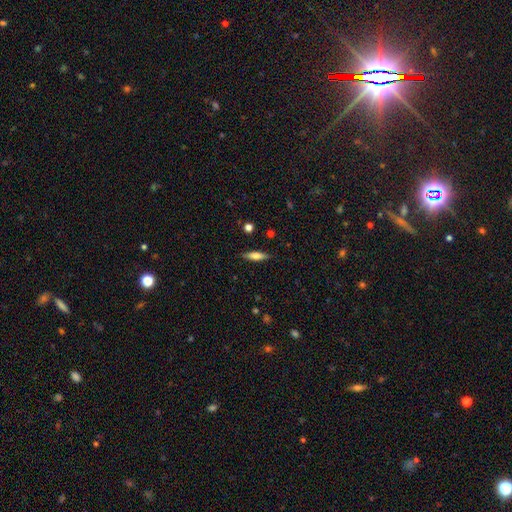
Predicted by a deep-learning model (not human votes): Q: Smooth or featured?
A: smooth (63%); runner-up: featured or disk (30%)
Q: How rounded?
A: cigar-shaped (64%); runner-up: in between (34%)
Q: Merging?
A: none (87%); runner-up: minor disturbance (10%)